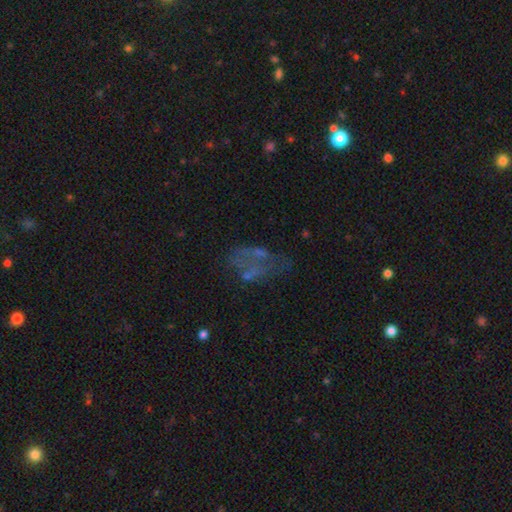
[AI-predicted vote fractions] Smooth or featured? Predicted: featured or disk (p=0.43). Merging? Predicted: none (p=0.40).